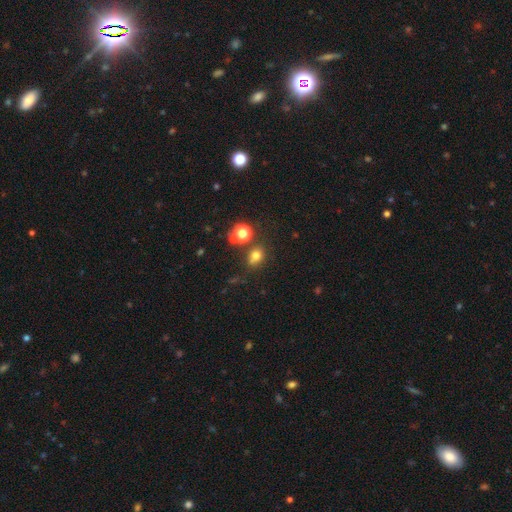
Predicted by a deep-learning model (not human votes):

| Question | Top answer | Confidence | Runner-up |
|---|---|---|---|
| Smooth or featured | smooth | 72% | star or artifact (19%) |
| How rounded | round | 55% | in between (44%) |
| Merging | none | 65% | minor disturbance (15%) |